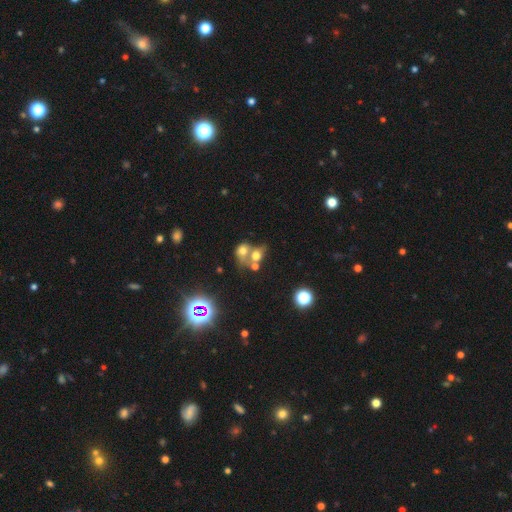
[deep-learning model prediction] Q: Smooth or featured?
A: smooth (59%); runner-up: featured or disk (22%)
Q: How rounded?
A: round (59%); runner-up: in between (40%)
Q: Merging?
A: merger (64%); runner-up: none (22%)